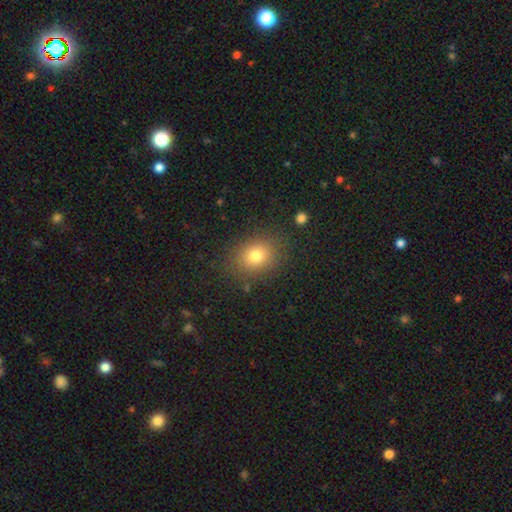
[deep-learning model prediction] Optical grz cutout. It shows a smooth galaxy with no disk features (78%) that is in between round and cigar-shaped (51%). Merging: none (85%).